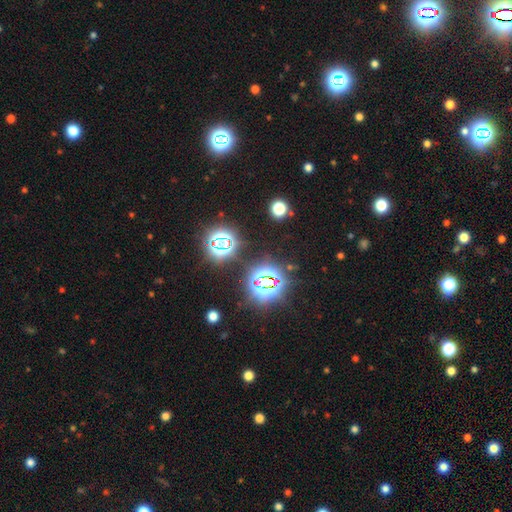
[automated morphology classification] Overall: star or artifact (78%).